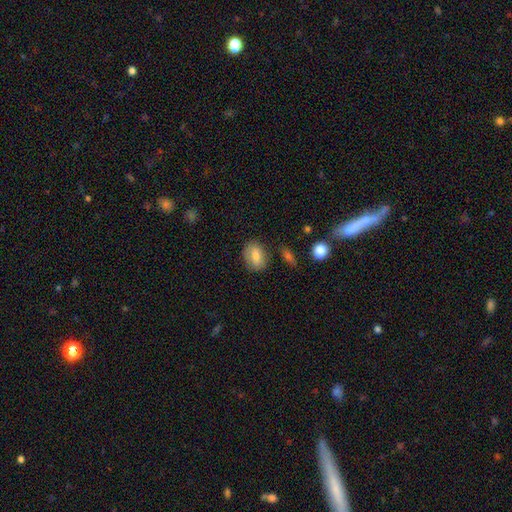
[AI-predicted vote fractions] Q: Smooth or featured?
A: smooth (71%); runner-up: featured or disk (21%)
Q: How rounded?
A: in between (75%); runner-up: round (22%)
Q: Merging?
A: none (77%); runner-up: minor disturbance (16%)